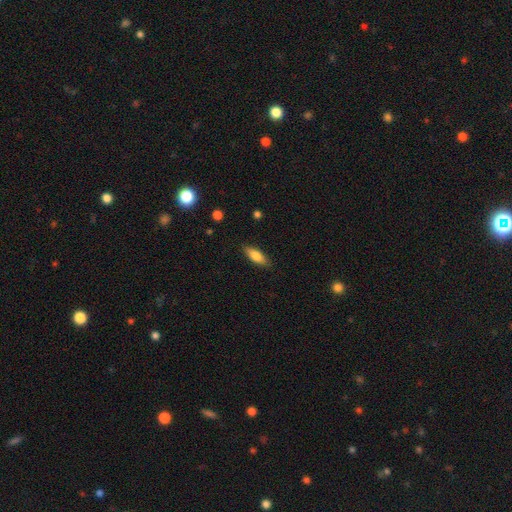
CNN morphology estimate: Smooth or featured: smooth — 78% (featured or disk — 16%)
How rounded: in between — 63% (cigar-shaped — 35%)
Merging: none — 86% (minor disturbance — 11%)